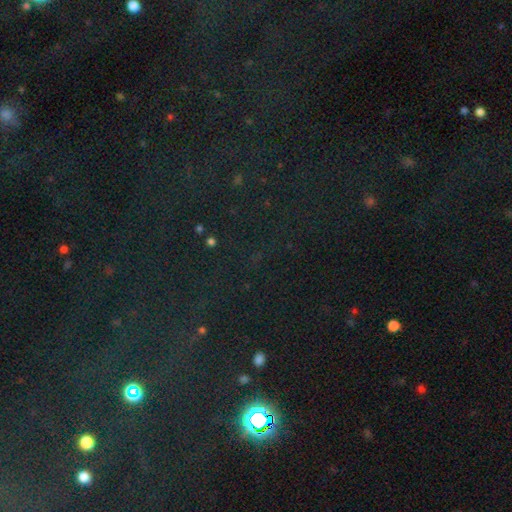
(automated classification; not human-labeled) A star or artifact, not a galaxy (79%).

Vote fractions:
- Smooth or featured? star or artifact: 79% / smooth: 13% / featured or disk: 9%